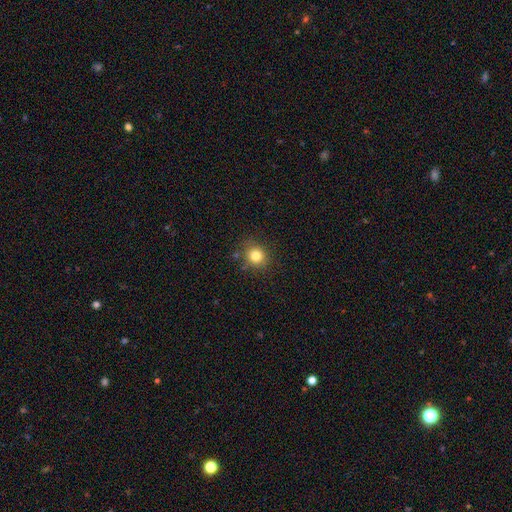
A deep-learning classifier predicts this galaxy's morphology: The model was most divided on "smooth or featured": smooth: 81%, star or artifact: 13%, featured or disk: 6%. More confident: how rounded — round (85%); merging — none (84%).